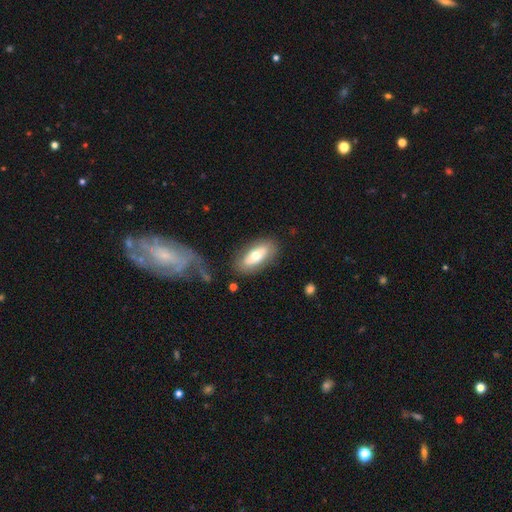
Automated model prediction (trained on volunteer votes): smooth 57%, featured or disk 36%, star or artifact 6%. Down the decision tree: how rounded — in between (87%); merging — none (78%).